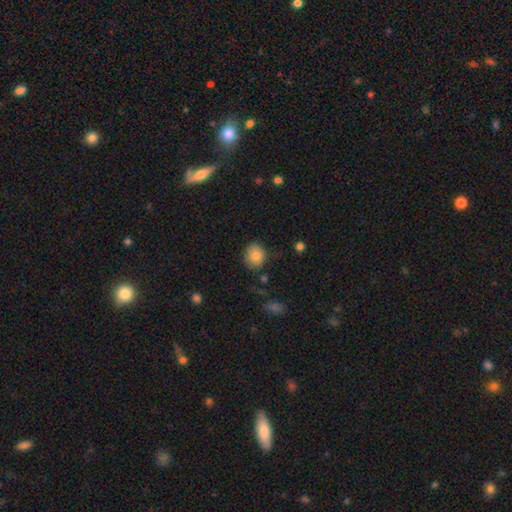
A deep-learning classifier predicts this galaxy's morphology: smooth-or-featured: smooth: 86% | star or artifact: 9% | featured or disk: 5%
  how-rounded: round: 75% | in between: 24% | cigar-shaped: 1%
  merging: none: 76% | minor disturbance: 17% | major disturbance: 4% | merger: 3%